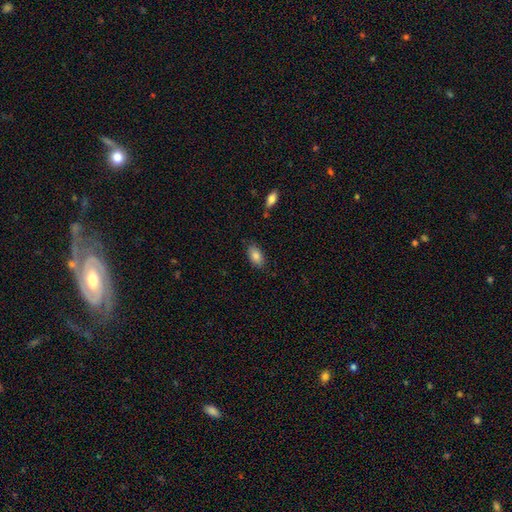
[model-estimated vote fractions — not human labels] Q: Smooth or featured?
A: smooth (83%); runner-up: featured or disk (10%)
Q: How rounded?
A: in between (91%); runner-up: round (5%)
Q: Merging?
A: none (82%); runner-up: minor disturbance (13%)